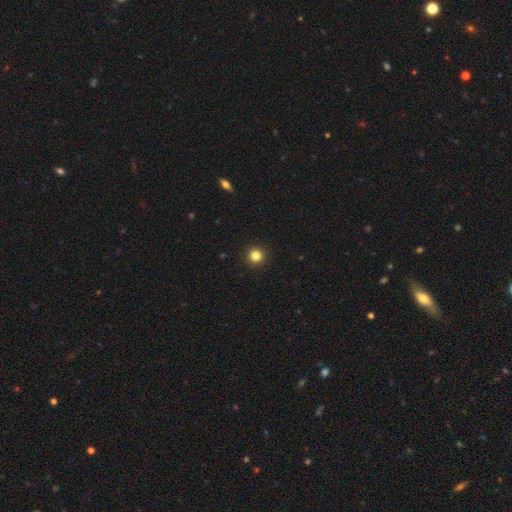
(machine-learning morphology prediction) Q: Smooth or featured?
A: smooth (83%); runner-up: star or artifact (12%)
Q: How rounded?
A: round (96%); runner-up: in between (3%)
Q: Merging?
A: none (94%); runner-up: minor disturbance (4%)